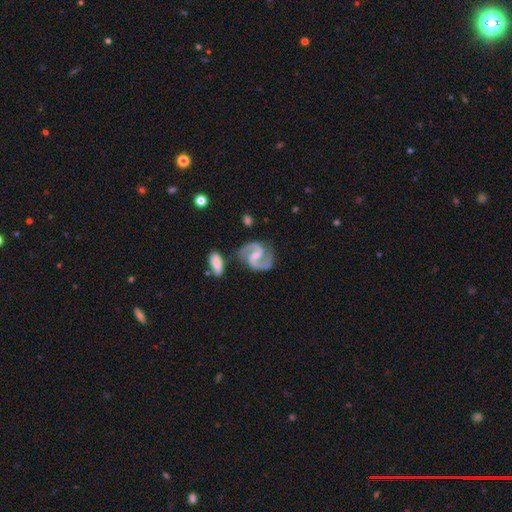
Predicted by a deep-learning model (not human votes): This appears to be a featured or disk galaxy (92%) with a weak bar (49%), 2 (94%) medium (65%) spiral arms (98%) and a small central bulge (51%). Merging: none (74%).